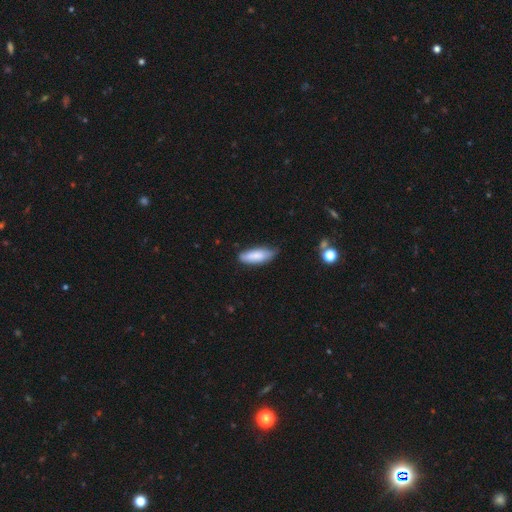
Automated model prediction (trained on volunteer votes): This appears to be a smooth galaxy with no disk features (80%) that is in between round and cigar-shaped (66%). Merging: none (63%).